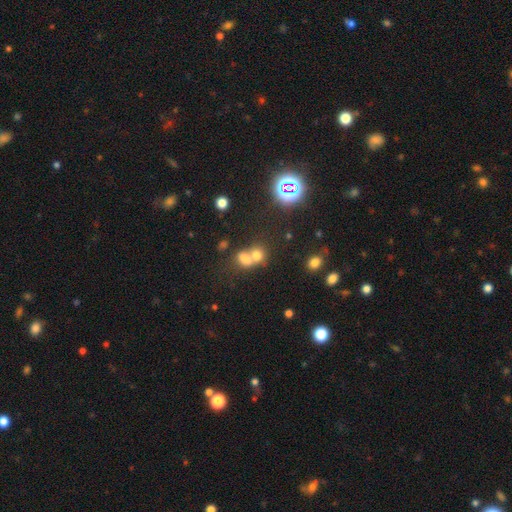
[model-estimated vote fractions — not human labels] Overall: smooth (61%; star or artifact 23%). How rounded: round (64%; in between 34%). Merging: merger (64%; none 27%).